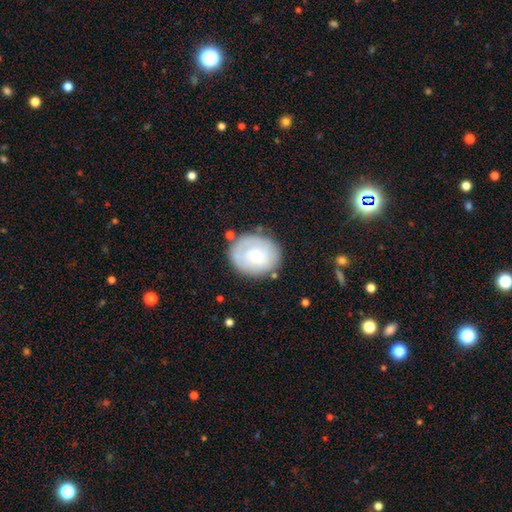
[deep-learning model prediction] A smooth galaxy with no disk features (53%) that is round (59%).

Vote fractions:
- Smooth or featured? smooth: 53% / featured or disk: 41% / star or artifact: 6%
- How rounded? round: 59% / in between: 40% / cigar-shaped: 1%
- Merging? none: 72% / minor disturbance: 18% / major disturbance: 6% / merger: 3%